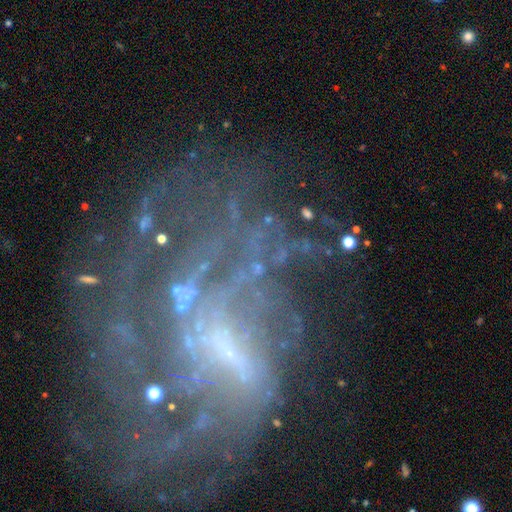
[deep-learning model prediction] Smooth or featured?
  - featured or disk: 72% *
  - star or artifact: 19%
  - smooth: 9%
Edge-on disk?
  - no: 96% *
  - yes: 4%
Bar?
  - no: 38% *
  - weak: 36%
  - strong: 27%
Spiral arms?
  - yes: 68% *
  - no: 32%
Bulge size?
  - small: 43% *
  - none: 42%
  - moderate: 11%
  - large: 2%
  - dominant: 1%
Merging?
  - none: 45% *
  - major disturbance: 32%
  - minor disturbance: 17%
  - merger: 6%